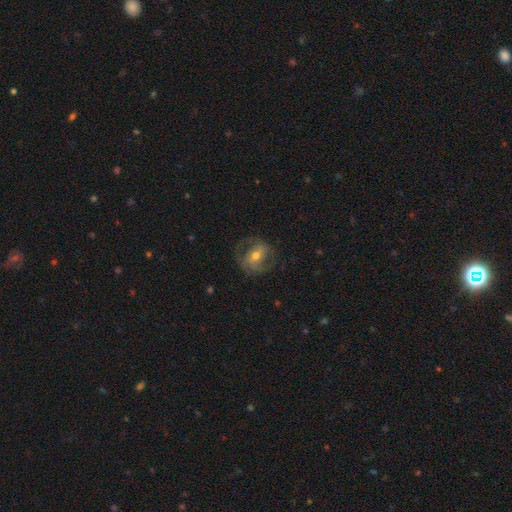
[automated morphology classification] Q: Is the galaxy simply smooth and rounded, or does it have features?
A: featured or disk — 61%.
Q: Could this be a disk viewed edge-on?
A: no — 95%.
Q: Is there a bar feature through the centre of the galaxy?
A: no — 39%.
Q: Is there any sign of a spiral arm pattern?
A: yes — 69%.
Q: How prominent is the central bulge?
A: moderate — 66%.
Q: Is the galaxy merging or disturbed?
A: none — 64%.